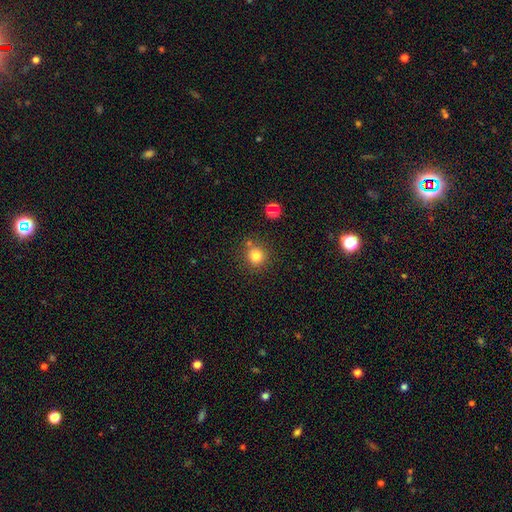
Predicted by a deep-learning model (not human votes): Smooth or featured? Predicted: smooth (p=0.81). How rounded? Predicted: round (p=0.92). Merging? Predicted: none (p=0.80).